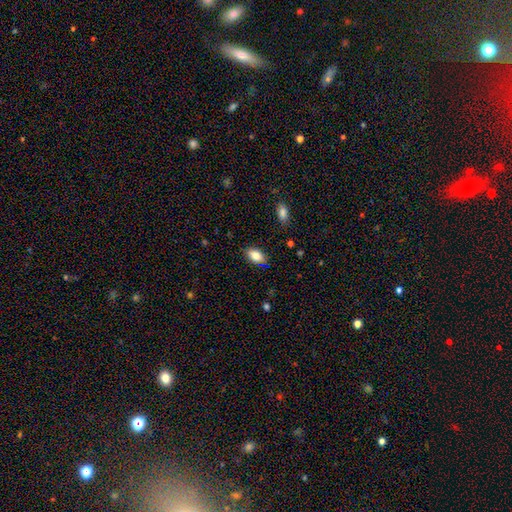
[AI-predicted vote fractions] A smooth galaxy with no disk features (82%) that is in between round and cigar-shaped (89%). Merging: none (84%).